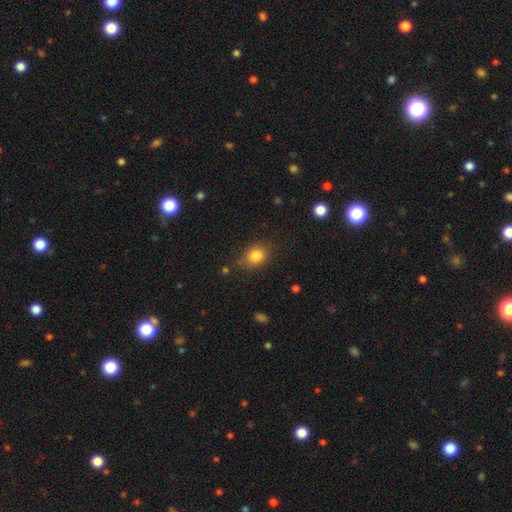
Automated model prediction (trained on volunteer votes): smooth_or_featured: smooth (p=0.84) [alt: star or artifact p=0.10]
how_rounded: in between (p=0.52) [alt: round p=0.47]
merging: none (p=0.76) [alt: minor disturbance p=0.16]